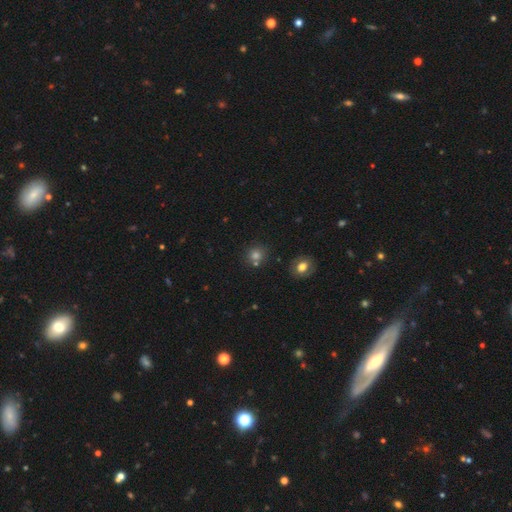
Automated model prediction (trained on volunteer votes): Smooth or featured? Predicted: smooth (p=0.72). How rounded? Predicted: round (p=0.88). Merging? Predicted: none (p=0.75).